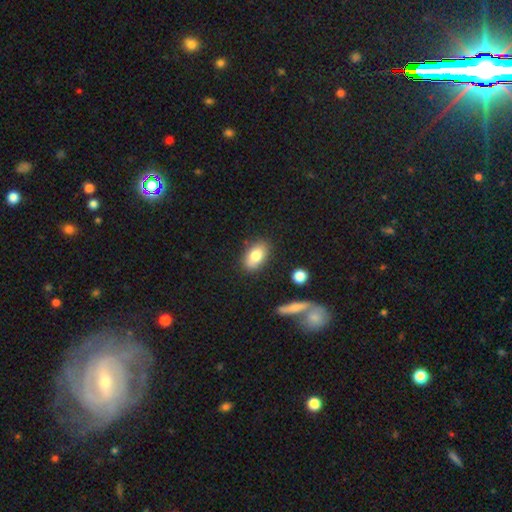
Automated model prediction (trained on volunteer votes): Smooth or featured: smooth — 82% (featured or disk — 11%)
How rounded: in between — 90% (round — 7%)
Merging: none — 83% (minor disturbance — 12%)